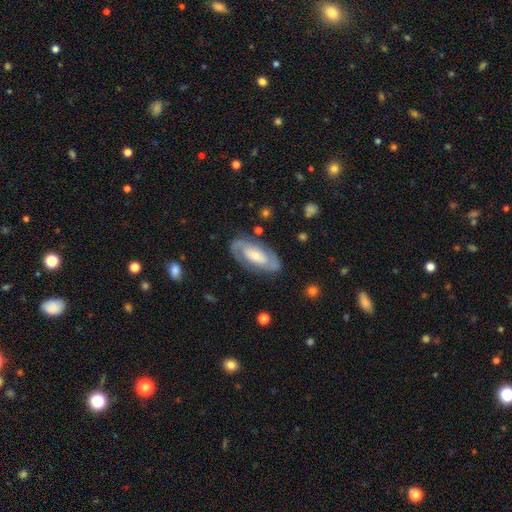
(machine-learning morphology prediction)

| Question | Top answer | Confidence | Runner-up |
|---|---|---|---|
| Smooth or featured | featured or disk | 70% | smooth (24%) |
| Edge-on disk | no | 92% | yes (8%) |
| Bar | no | 52% | weak (31%) |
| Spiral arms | yes | 81% | no (19%) |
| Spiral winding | tight | 49% | medium (38%) |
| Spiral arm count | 2 | 75% | can't tell (16%) |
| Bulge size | small | 47% | moderate (37%) |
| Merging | none | 78% | minor disturbance (14%) |